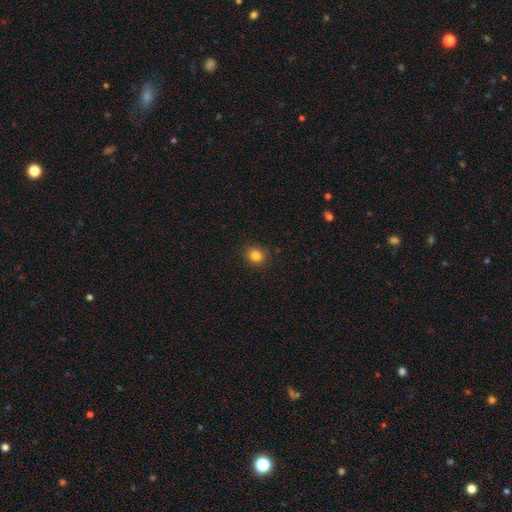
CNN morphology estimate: A smooth galaxy with no disk features (84%) that is round (71%).

Vote fractions:
- Smooth or featured? smooth: 84% / star or artifact: 11% / featured or disk: 4%
- How rounded? round: 71% / in between: 28% / cigar-shaped: 1%
- Merging? none: 89% / minor disturbance: 8% / major disturbance: 2% / merger: 1%